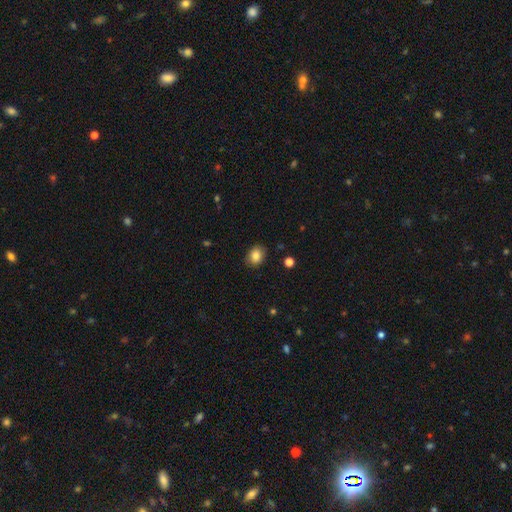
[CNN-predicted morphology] The model was most divided on "how rounded": in between: 52%, round: 47%, cigar-shaped: 1%. More confident: merging — none (86%); smooth or featured — smooth (85%).